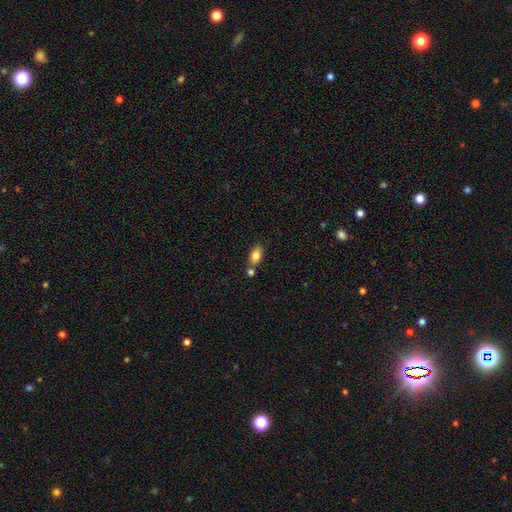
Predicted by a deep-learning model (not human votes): Morphology: type=smooth (81%); roundness=in between (88%); merging=none (62%).